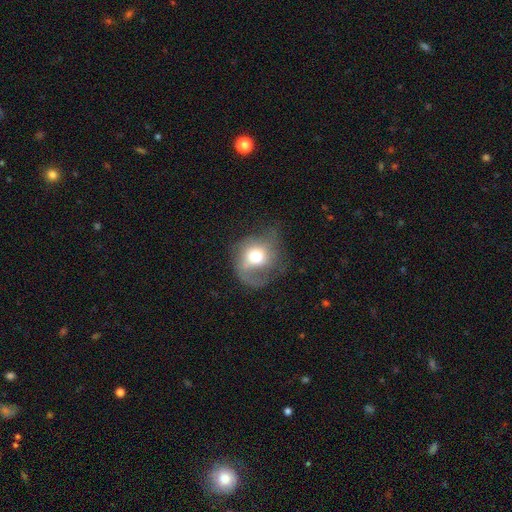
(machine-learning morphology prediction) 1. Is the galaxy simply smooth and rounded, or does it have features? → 50% smooth, 40% featured or disk, 11% star or artifact.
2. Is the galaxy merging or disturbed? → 38% none, 35% major disturbance, 25% minor disturbance, 2% merger.